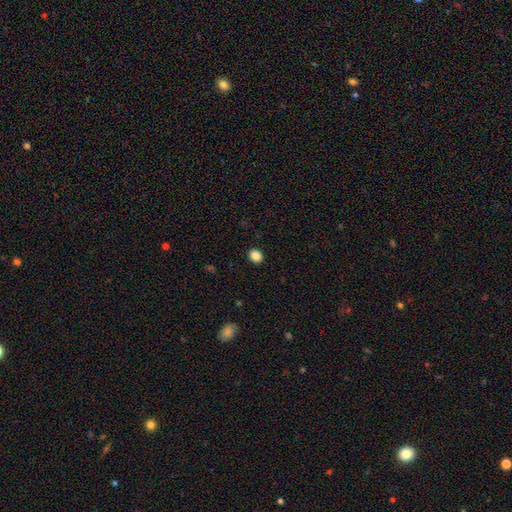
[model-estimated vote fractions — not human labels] A smooth galaxy with no disk features (86%) that is round (56%). Merging: none (91%).